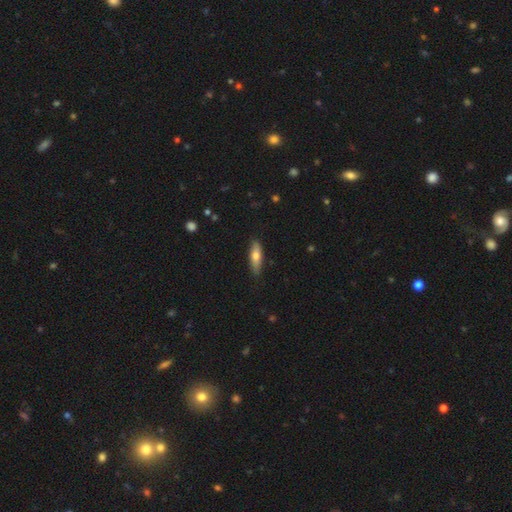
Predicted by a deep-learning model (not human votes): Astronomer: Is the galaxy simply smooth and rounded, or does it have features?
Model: smooth — 67%.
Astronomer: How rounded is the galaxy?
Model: cigar-shaped — 56% (runner-up: in between, 42%).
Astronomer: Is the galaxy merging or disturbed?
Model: none — 85%.